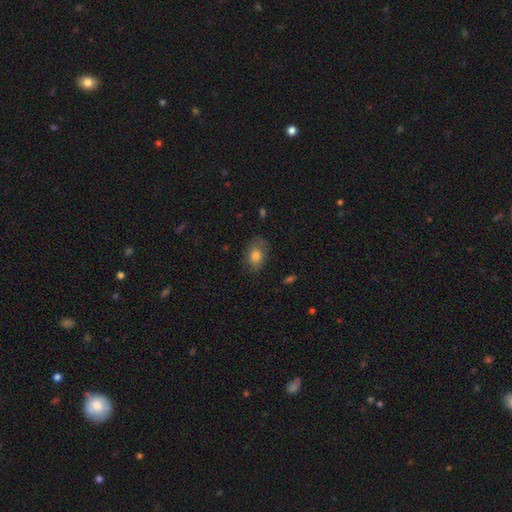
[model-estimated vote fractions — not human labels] smooth 77%, featured or disk 14%, star or artifact 9%. Down the decision tree: how rounded — in between (77%); merging — none (73%).